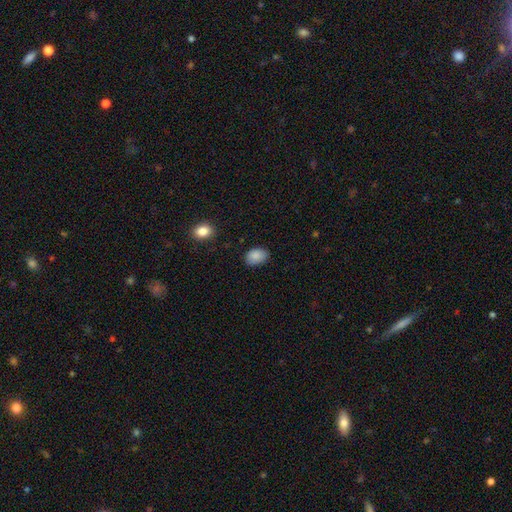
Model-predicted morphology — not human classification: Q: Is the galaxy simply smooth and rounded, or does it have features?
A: smooth — 88%.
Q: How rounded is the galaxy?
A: in between — 82%.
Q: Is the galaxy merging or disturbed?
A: none — 80%.